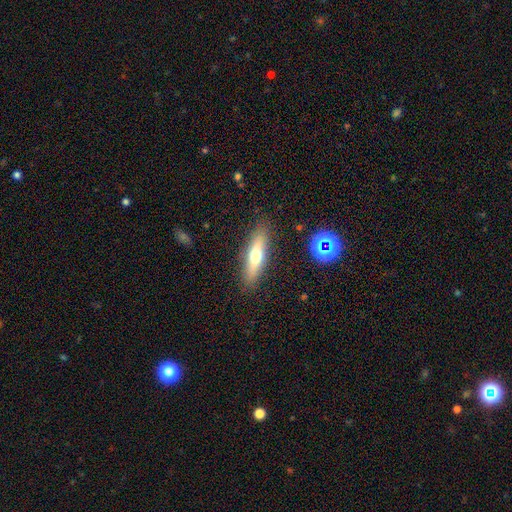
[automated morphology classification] This appears to be a smooth galaxy with no disk features (54%) that is cigar-shaped (68%). Merging: none (87%).